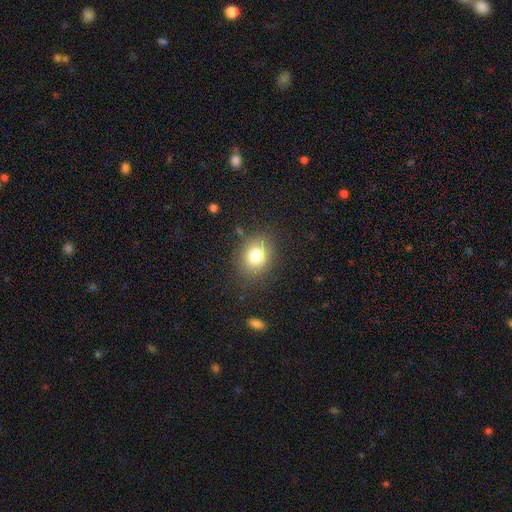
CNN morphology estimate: Smooth or featured? smooth (78%)
How rounded? round (52%)
Merging? none (82%)